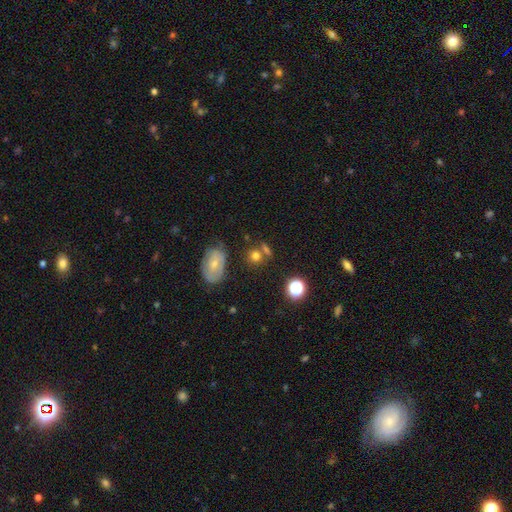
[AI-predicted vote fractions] This is likely a smooth galaxy (70%). How rounded: likely round (79%). Merging: likely none (64%).